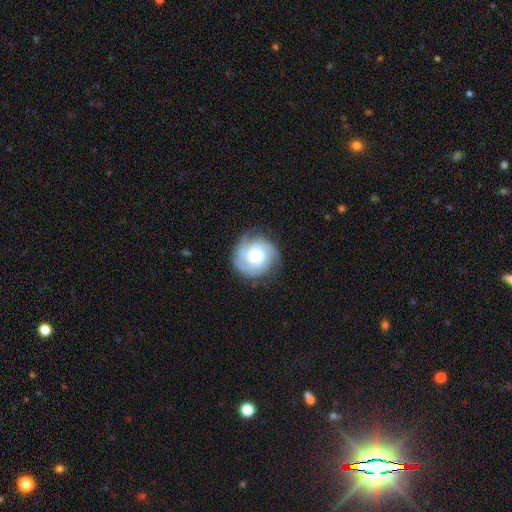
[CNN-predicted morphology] Q: Smooth or featured?
A: featured or disk (74%); runner-up: smooth (20%)
Q: Edge-on disk?
A: no (98%); runner-up: yes (2%)
Q: Bar?
A: no (76%); runner-up: weak (20%)
Q: Spiral arms?
A: yes (95%); runner-up: no (5%)
Q: Spiral winding?
A: tight (62%); runner-up: medium (31%)
Q: Spiral arm count?
A: 3 (44%); runner-up: 2 (21%)
Q: Bulge size?
A: moderate (68%); runner-up: large (18%)
Q: Merging?
A: none (77%); runner-up: minor disturbance (16%)